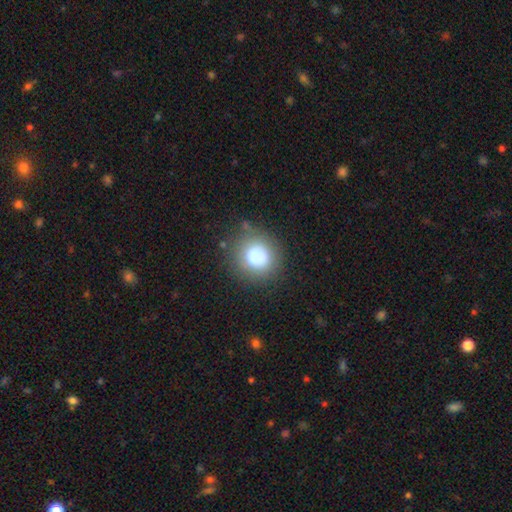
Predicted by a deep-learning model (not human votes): Q: Smooth or featured?
A: smooth (73%); runner-up: featured or disk (14%)
Q: How rounded?
A: round (85%); runner-up: in between (14%)
Q: Merging?
A: none (70%); runner-up: minor disturbance (18%)